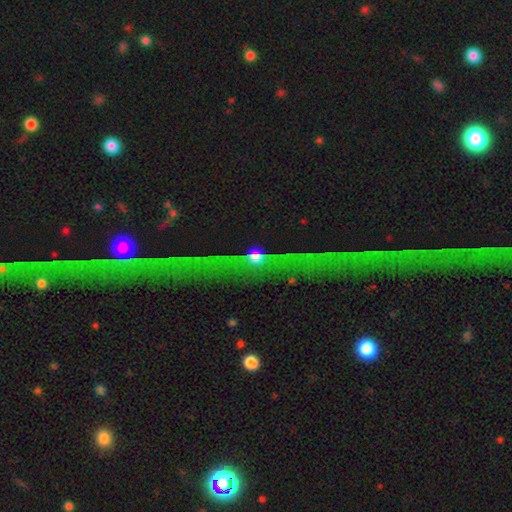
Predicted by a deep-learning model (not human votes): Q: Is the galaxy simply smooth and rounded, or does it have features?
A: featured or disk — 37%.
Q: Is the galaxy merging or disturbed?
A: none — 53%.